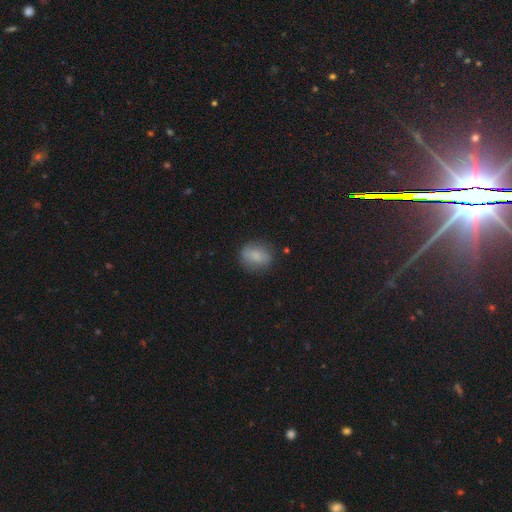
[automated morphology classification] Smooth or featured: smooth — 79% (featured or disk — 13%)
How rounded: in between — 60% (round — 37%)
Merging: none — 76% (minor disturbance — 17%)